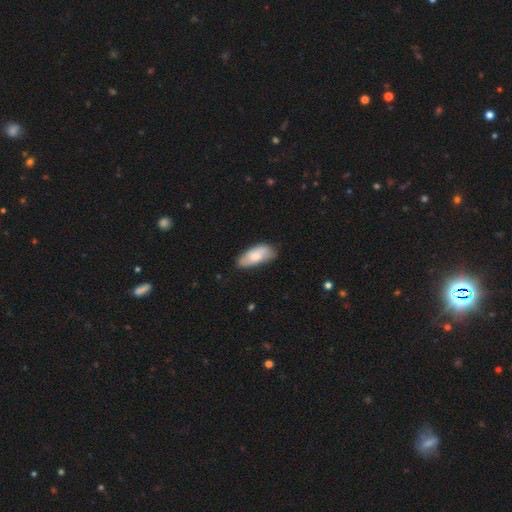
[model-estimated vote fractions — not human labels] A smooth galaxy with no disk features (72%) that is in between round and cigar-shaped (88%).

Vote fractions:
- Smooth or featured? smooth: 72% / featured or disk: 22% / star or artifact: 6%
- How rounded? in between: 88% / cigar-shaped: 10% / round: 2%
- Merging? none: 71% / minor disturbance: 23% / major disturbance: 4% / merger: 2%